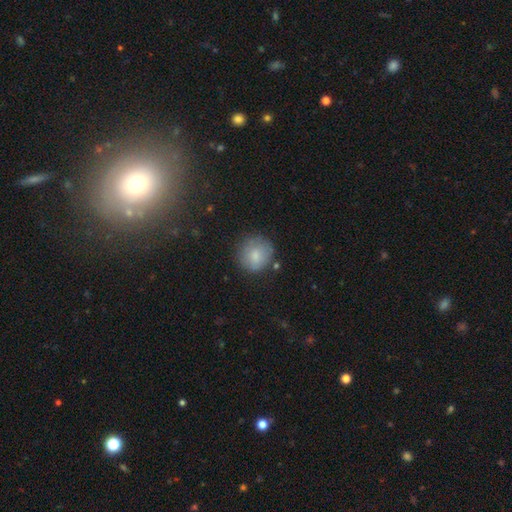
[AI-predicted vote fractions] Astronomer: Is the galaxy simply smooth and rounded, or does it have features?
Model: smooth — 79%.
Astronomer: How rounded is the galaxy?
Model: round — 89%.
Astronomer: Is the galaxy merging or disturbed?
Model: none — 74%.